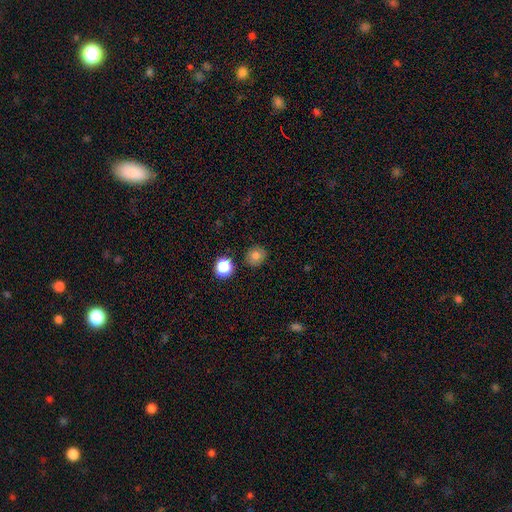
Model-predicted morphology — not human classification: Q: Smooth or featured?
A: smooth (77%); runner-up: star or artifact (14%)
Q: How rounded?
A: round (85%); runner-up: in between (14%)
Q: Merging?
A: none (87%); runner-up: minor disturbance (8%)